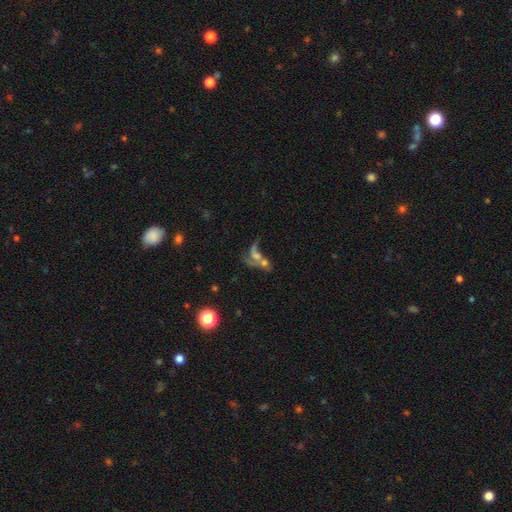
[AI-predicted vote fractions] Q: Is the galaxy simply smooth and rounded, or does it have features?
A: featured or disk — 51%.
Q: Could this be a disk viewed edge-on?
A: no — 93%.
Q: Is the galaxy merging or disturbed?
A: merger — 58%.